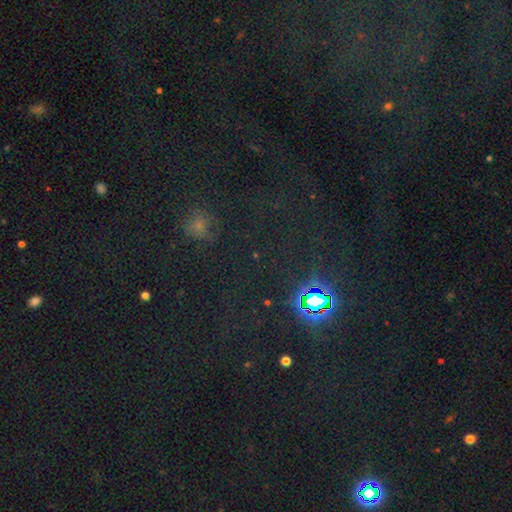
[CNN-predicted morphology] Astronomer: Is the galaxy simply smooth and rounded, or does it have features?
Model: star or artifact — 66%.